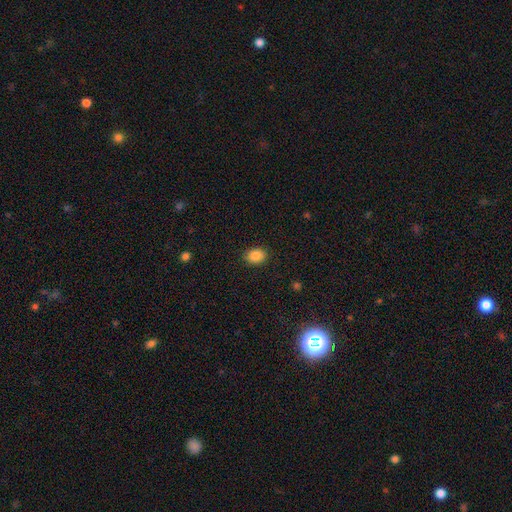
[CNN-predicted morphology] Q: Smooth or featured?
A: smooth (87%); runner-up: star or artifact (9%)
Q: How rounded?
A: in between (66%); runner-up: round (33%)
Q: Merging?
A: none (88%); runner-up: minor disturbance (9%)